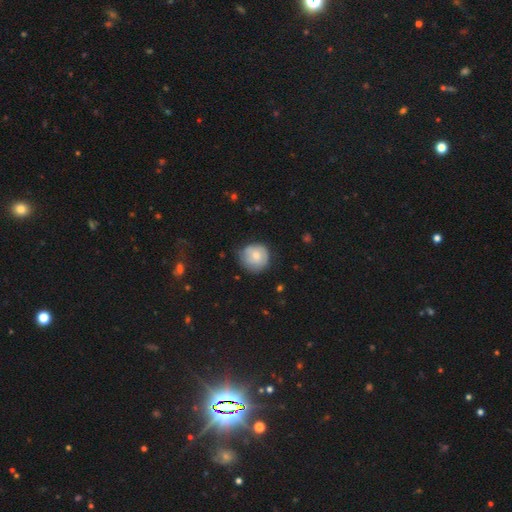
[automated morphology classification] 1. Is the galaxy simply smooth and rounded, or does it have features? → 64% smooth, 29% featured or disk, 7% star or artifact.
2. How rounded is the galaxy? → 91% round, 8% in between, 1% cigar-shaped.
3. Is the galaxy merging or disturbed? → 66% none, 26% minor disturbance, 6% major disturbance, 2% merger.